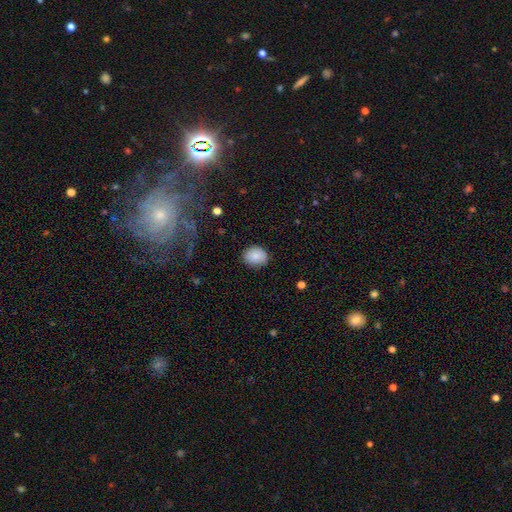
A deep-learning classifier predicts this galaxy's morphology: Smooth or featured? smooth (86%)
How rounded? round (58%)
Merging? none (82%)